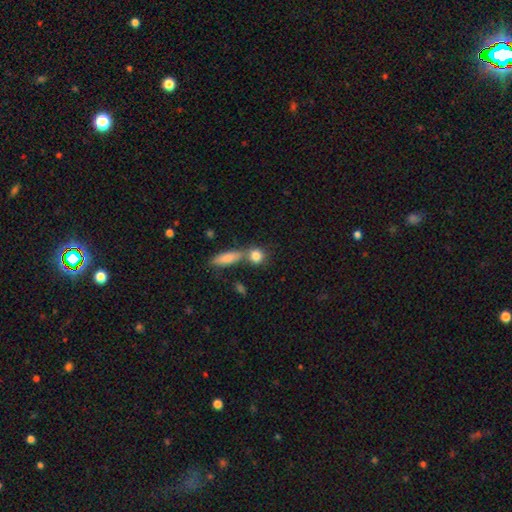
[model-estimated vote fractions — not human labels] smooth_or_featured: smooth (p=0.83) [alt: featured or disk p=0.09]
how_rounded: round (p=0.69) [alt: in between p=0.24]
merging: none (p=0.53) [alt: merger p=0.34]